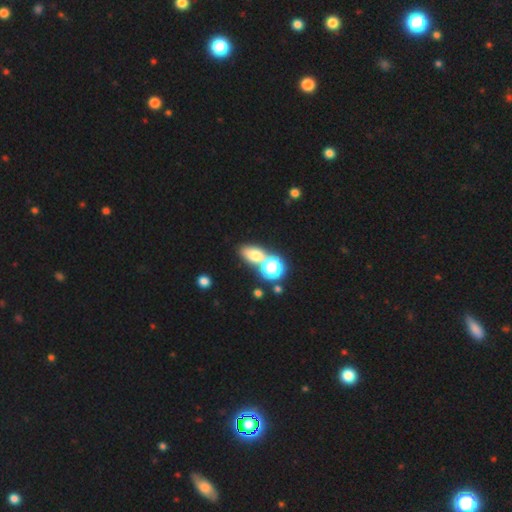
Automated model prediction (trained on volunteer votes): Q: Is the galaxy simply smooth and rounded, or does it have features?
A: smooth — 68%.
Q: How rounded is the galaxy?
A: in between — 68%.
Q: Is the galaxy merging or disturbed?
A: merger — 44%.